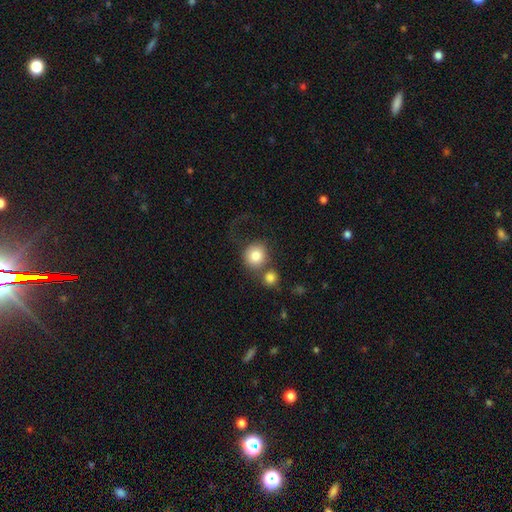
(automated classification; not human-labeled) Smooth or featured?
  - smooth: 81% *
  - featured or disk: 11%
  - star or artifact: 9%
How rounded?
  - round: 87% *
  - in between: 12%
  - cigar-shaped: 1%
Merging?
  - none: 44% *
  - merger: 35%
  - minor disturbance: 11%
  - major disturbance: 10%